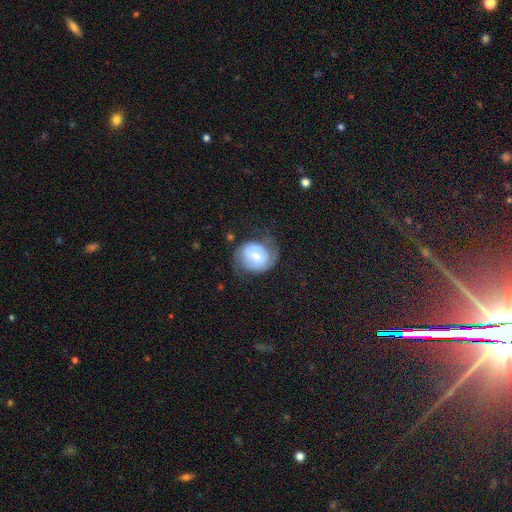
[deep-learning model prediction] Smooth or featured? featured or disk (62%)
Edge-on disk? no (97%)
Bar? weak (49%)
Spiral arms? yes (81%)
Bulge size? moderate (50%)
Merging? none (58%)